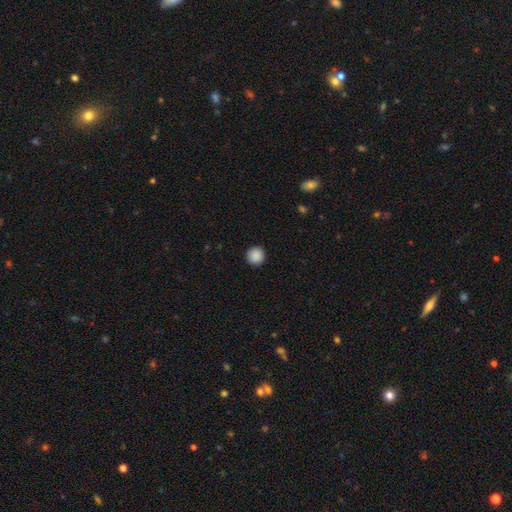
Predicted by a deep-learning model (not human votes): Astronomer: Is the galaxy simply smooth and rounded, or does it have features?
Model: smooth — 89%.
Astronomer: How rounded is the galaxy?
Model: round — 96%.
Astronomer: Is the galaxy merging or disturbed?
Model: none — 93%.